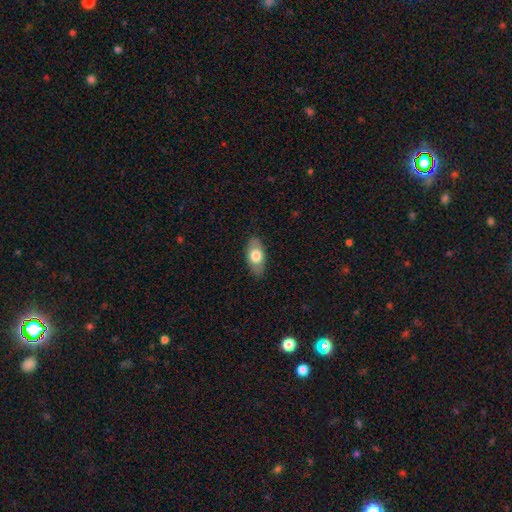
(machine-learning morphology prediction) Smooth or featured? smooth (71%)
How rounded? in between (90%)
Merging? none (85%)